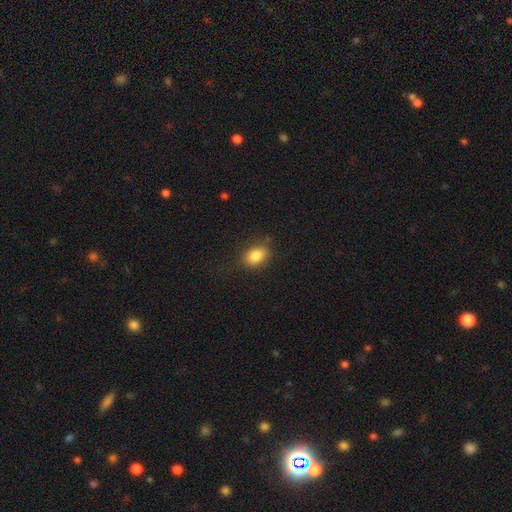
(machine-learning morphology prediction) Smooth or featured? Predicted: smooth (p=0.85). How rounded? Predicted: in between (p=0.78). Merging? Predicted: none (p=0.79).